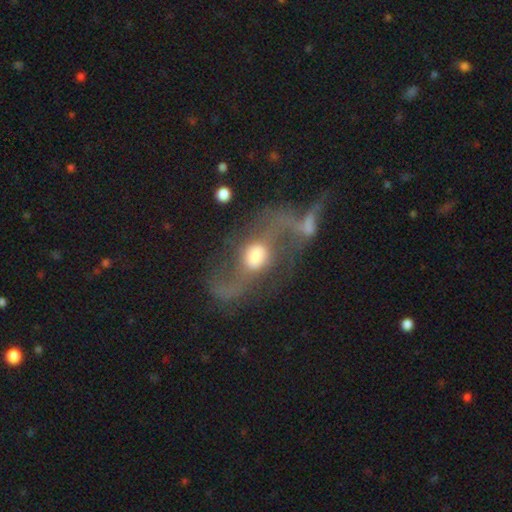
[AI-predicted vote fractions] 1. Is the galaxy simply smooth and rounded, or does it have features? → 71% featured or disk, 20% smooth, 9% star or artifact.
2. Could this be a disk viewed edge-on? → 95% no, 5% yes.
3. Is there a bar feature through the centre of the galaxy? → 55% no, 32% weak, 13% strong.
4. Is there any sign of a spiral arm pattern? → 76% yes, 24% no.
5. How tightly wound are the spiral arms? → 72% loose, 23% medium, 5% tight.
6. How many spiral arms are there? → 77% 2, 9% can't tell, 7% 1, 3% 3, 2% 4, 2% more than 4.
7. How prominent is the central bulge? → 48% moderate, 29% large, 14% small, 6% dominant, 3% none.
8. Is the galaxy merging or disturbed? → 34% major disturbance (tied), 34% merger (tied), 22% none, 10% minor disturbance.